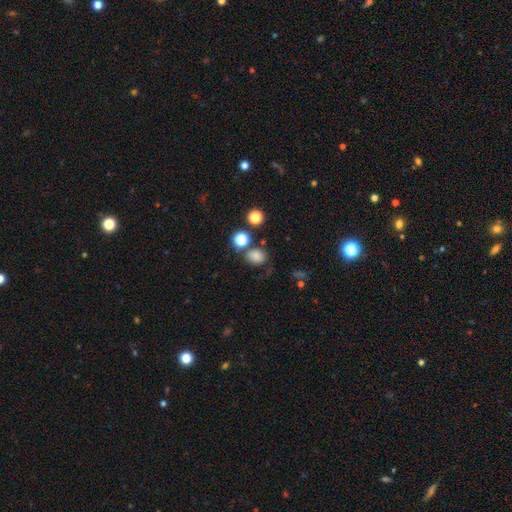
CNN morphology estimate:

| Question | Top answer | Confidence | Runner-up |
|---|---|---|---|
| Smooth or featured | smooth | 78% | star or artifact (15%) |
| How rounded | round | 54% | in between (45%) |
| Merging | none | 65% | minor disturbance (16%) |